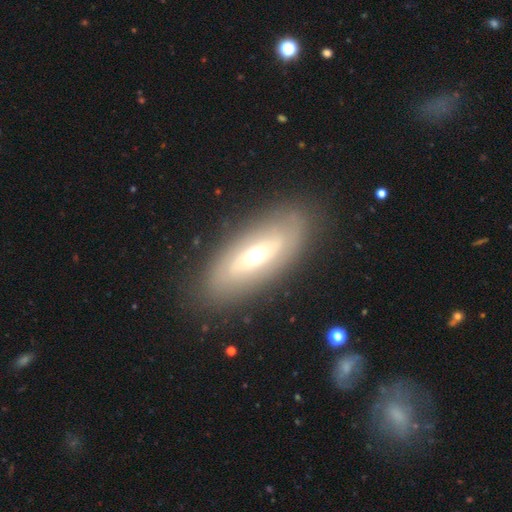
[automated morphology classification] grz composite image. It shows a featured or disk galaxy (56%). Merging: none (85%).